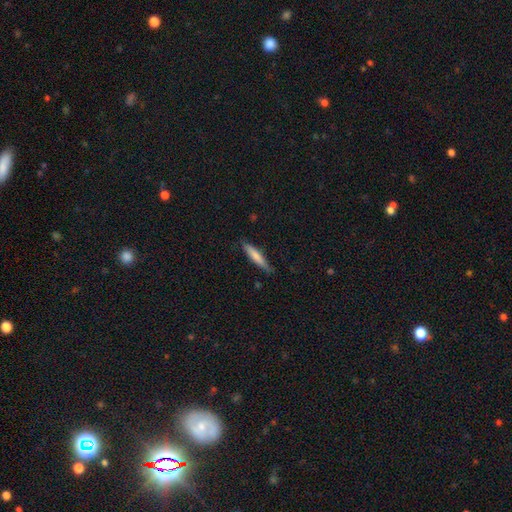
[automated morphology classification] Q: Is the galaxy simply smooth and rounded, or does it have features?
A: smooth — 72%.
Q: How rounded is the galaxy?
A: cigar-shaped — 89%.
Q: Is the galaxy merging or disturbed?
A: none — 81%.